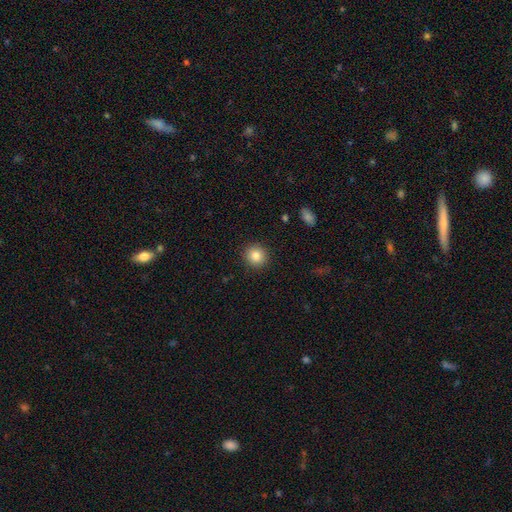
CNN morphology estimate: smooth-or-featured: smooth: 83% | star or artifact: 10% | featured or disk: 7%
  how-rounded: round: 93% | in between: 6% | cigar-shaped: 1%
  merging: none: 92% | minor disturbance: 5% | major disturbance: 2% | merger: 1%